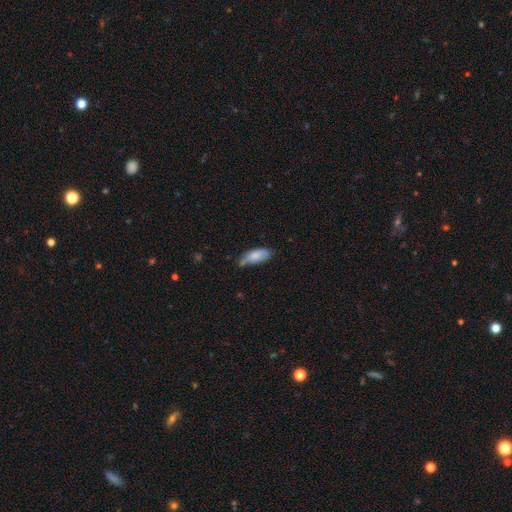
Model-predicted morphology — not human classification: This is likely a smooth galaxy (78%). How rounded: likely in between (77%). Merging: possibly none (49%).